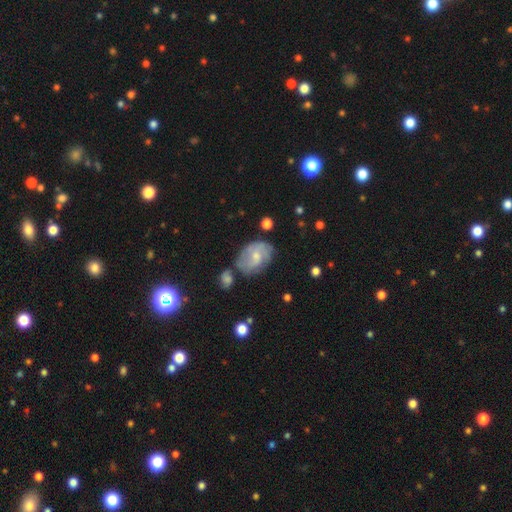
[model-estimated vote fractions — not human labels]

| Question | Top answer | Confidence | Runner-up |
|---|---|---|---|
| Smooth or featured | featured or disk | 57% | smooth (36%) |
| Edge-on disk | no | 96% | yes (4%) |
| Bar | no | 53% | weak (40%) |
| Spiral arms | yes | 75% | no (25%) |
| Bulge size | small | 51% | moderate (41%) |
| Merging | none | 54% | minor disturbance (26%) |